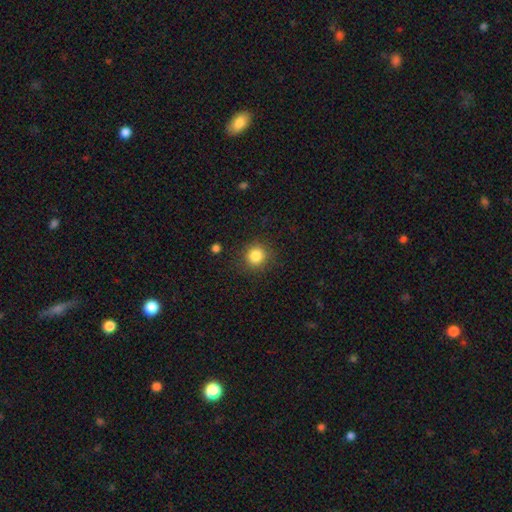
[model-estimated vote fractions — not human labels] A smooth galaxy with no disk features (84%) that is round (92%).

Vote fractions:
- Smooth or featured? smooth: 84% / star or artifact: 11% / featured or disk: 5%
- How rounded? round: 92% / in between: 7% / cigar-shaped: 1%
- Merging? none: 88% / minor disturbance: 8% / major disturbance: 3% / merger: 1%